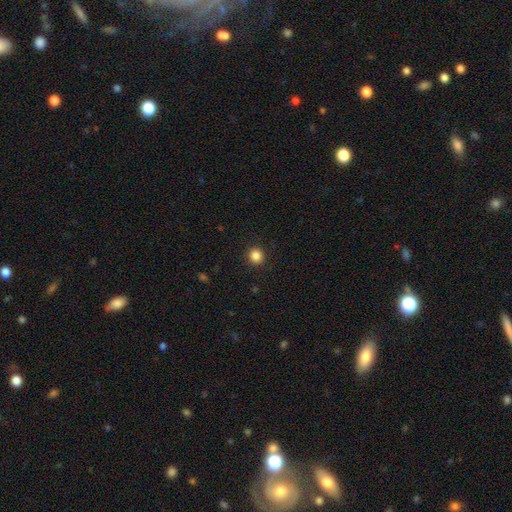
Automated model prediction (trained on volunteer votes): A smooth galaxy with no disk features (85%) that is round (89%). Merging: none (92%).